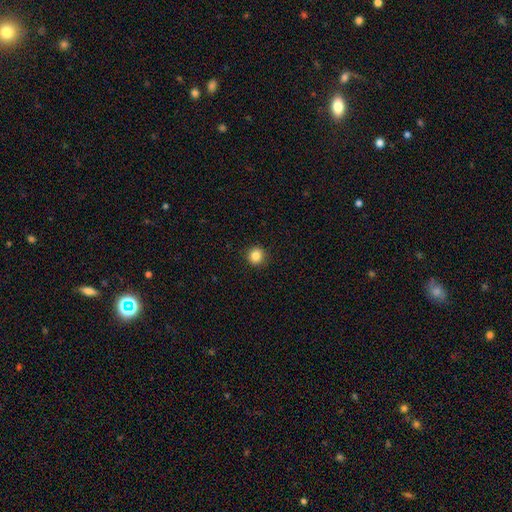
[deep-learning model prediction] smooth_or_featured: smooth (p=0.85) [alt: star or artifact p=0.11]
how_rounded: round (p=0.91) [alt: in between p=0.08]
merging: none (p=0.92) [alt: minor disturbance p=0.06]